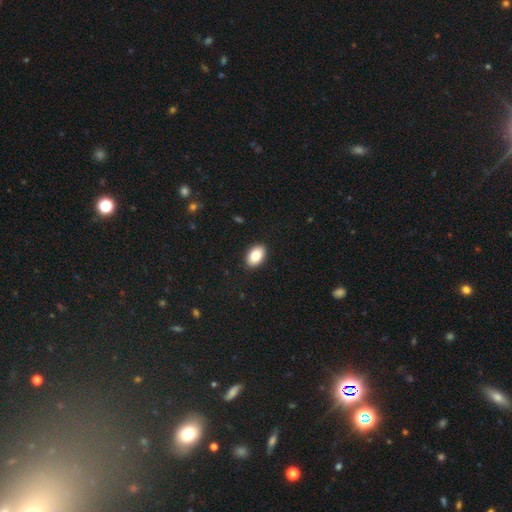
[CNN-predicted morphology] The model was most divided on "smooth or featured": smooth: 85%, featured or disk: 8%, star or artifact: 7%. More confident: merging — none (90%); how rounded — in between (90%).